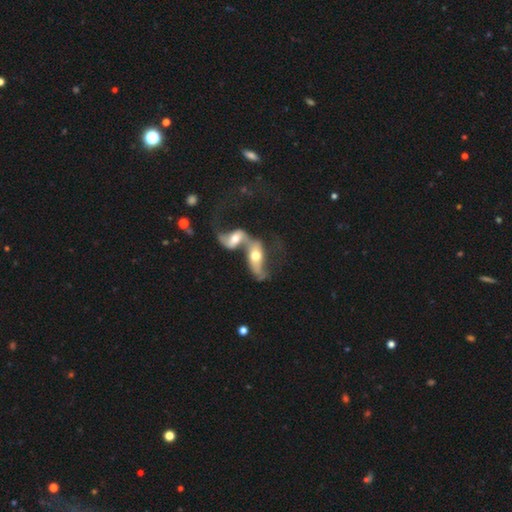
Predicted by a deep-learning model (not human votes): The model was most divided on "bar": no: 54%, weak: 29%, strong: 17%. More confident: edge-on disk — no (84%); merging — merger (79%); spiral arms — yes (77%); bulge size — moderate (67%); smooth or featured — featured or disk (66%).